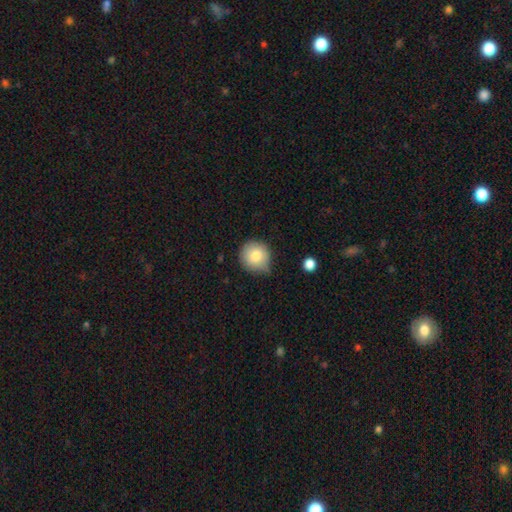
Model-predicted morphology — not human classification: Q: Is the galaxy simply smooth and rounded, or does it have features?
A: smooth — 83%.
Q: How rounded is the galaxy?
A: round — 91%.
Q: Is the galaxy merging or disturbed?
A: none — 66%.